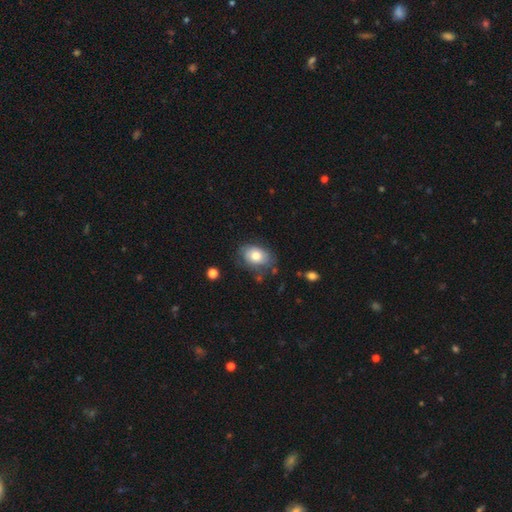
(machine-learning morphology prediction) type=smooth (75%); roundness=in between (82%); merging=none (68%).